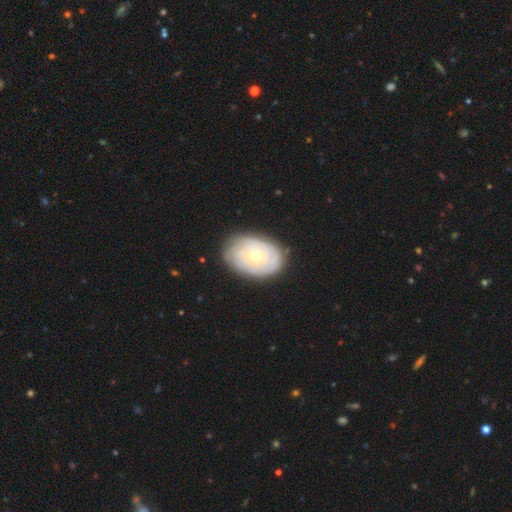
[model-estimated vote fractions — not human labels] This appears to be a featured or disk galaxy (65%) with no bar (86%), spiral arms (69%) and a moderate central bulge (58%). Merging: none (80%).